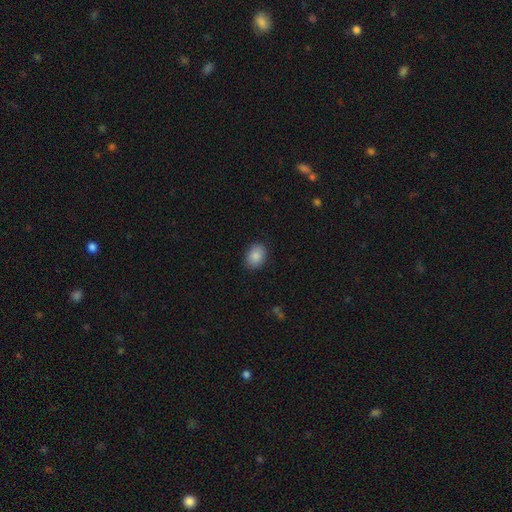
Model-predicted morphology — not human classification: Smooth or featured?
  - smooth: 88% *
  - star or artifact: 7%
  - featured or disk: 5%
How rounded?
  - in between: 70% *
  - round: 29%
  - cigar-shaped: 1%
Merging?
  - none: 88% *
  - minor disturbance: 9%
  - major disturbance: 2%
  - merger: 1%